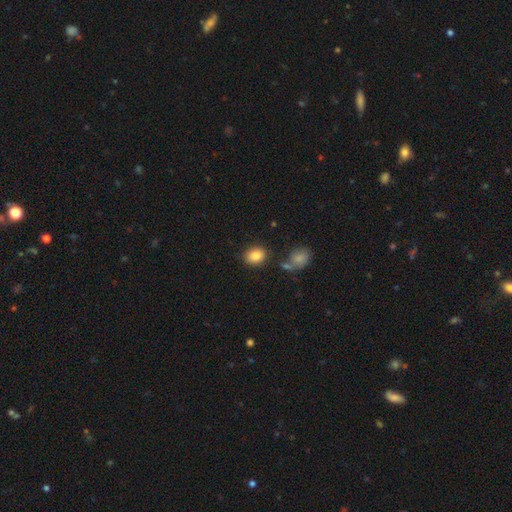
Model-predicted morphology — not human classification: Smooth or featured? Predicted: smooth (p=0.85). How rounded? Predicted: in between (p=0.52). Merging? Predicted: none (p=0.81).